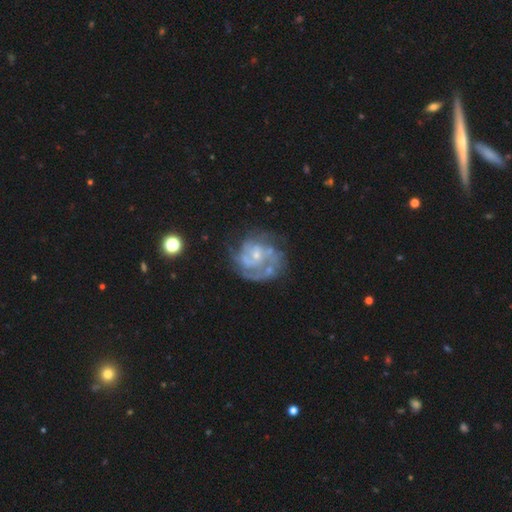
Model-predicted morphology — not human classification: The model was most divided on "spiral arm count": can't tell: 34%, 2: 24%, 3: 22%, 1: 8%, 4: 7%, more than 4: 5%. Remaining: edge-on disk — no (98%); spiral arms — yes (85%); smooth or featured — featured or disk (82%); bar — no (69%); bulge size — small (66%); merging — none (53%); spiral winding — tight (49%).